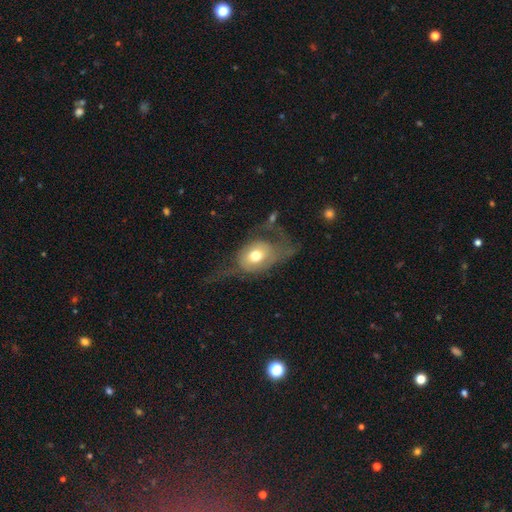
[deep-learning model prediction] smooth 52%, featured or disk 41%, star or artifact 7%. Down the decision tree: how rounded — in between (64%); merging — major disturbance (53%).